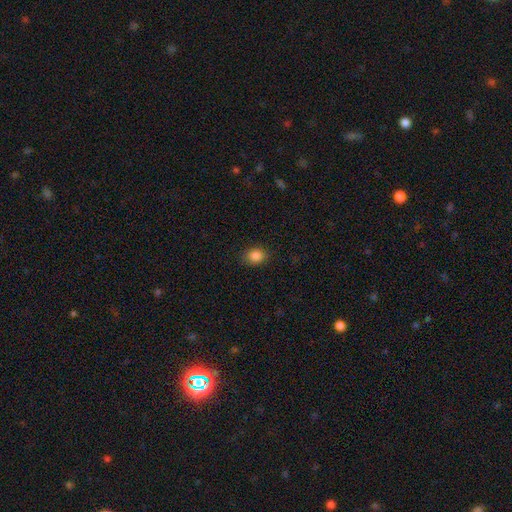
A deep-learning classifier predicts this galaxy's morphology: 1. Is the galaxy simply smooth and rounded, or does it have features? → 86% smooth, 10% star or artifact, 4% featured or disk.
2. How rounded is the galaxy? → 59% round, 40% in between, 1% cigar-shaped.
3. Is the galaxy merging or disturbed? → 87% none, 9% minor disturbance, 3% major disturbance, 1% merger.